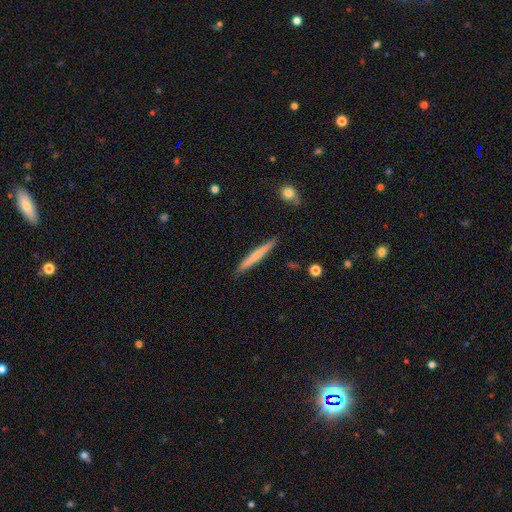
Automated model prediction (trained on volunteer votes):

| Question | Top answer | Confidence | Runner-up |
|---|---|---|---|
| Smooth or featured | smooth | 61% | featured or disk (33%) |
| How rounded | cigar-shaped | 96% | in between (3%) |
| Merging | none | 90% | minor disturbance (7%) |